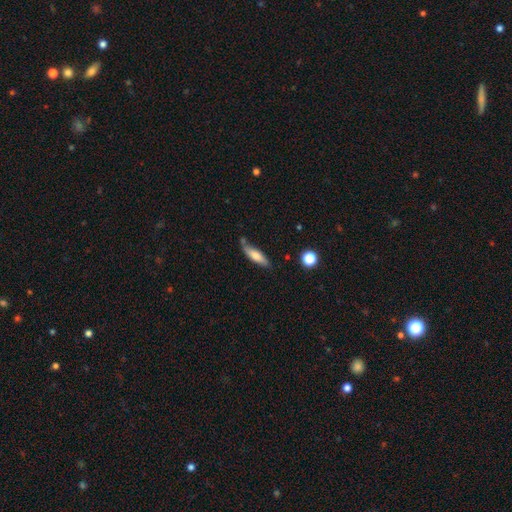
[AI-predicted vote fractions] Smooth or featured? smooth (66%)
How rounded? cigar-shaped (62%)
Merging? none (61%)